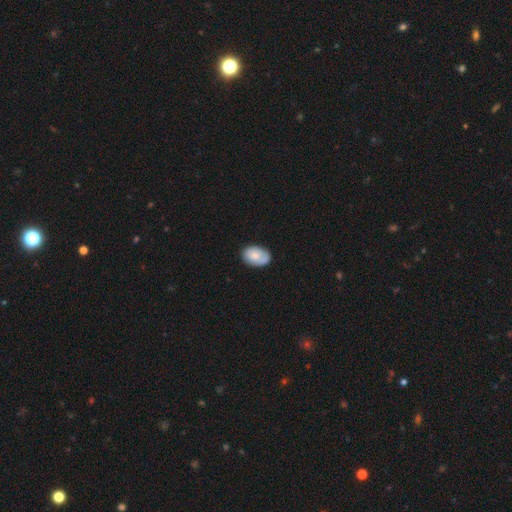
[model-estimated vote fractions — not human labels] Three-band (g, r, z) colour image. It shows a smooth galaxy with no disk features (74%) that is in between round and cigar-shaped (84%). Merging: none (75%).